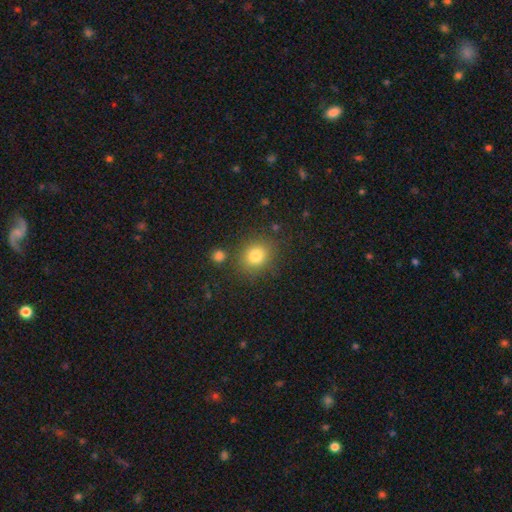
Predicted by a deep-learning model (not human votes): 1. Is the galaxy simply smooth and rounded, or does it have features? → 81% smooth, 12% star or artifact, 7% featured or disk.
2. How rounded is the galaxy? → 74% round, 25% in between, 1% cigar-shaped.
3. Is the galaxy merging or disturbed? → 80% none, 10% minor disturbance, 6% merger, 4% major disturbance.